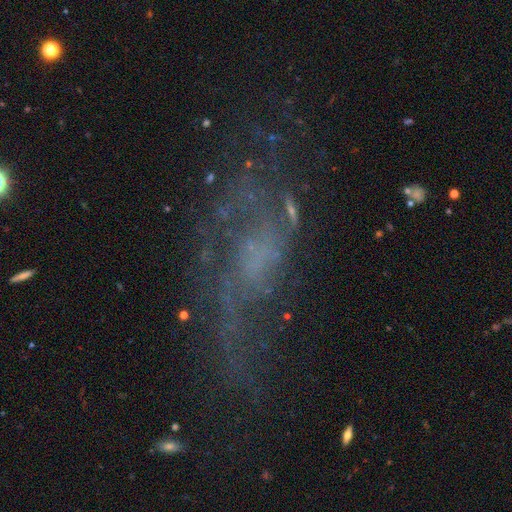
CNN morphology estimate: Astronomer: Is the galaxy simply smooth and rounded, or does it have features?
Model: featured or disk — 71%.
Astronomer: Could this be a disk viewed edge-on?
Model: no — 89%.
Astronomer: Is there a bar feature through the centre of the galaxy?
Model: no — 68%.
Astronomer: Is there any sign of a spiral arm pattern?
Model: yes — 76%.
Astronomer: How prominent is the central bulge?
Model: none — 38% (runner-up: small, 34%).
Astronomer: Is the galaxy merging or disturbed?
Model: none — 54%.